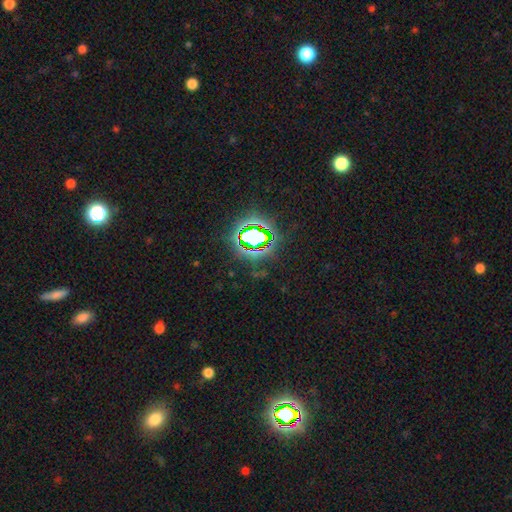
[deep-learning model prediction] Smooth or featured? star or artifact (80%)